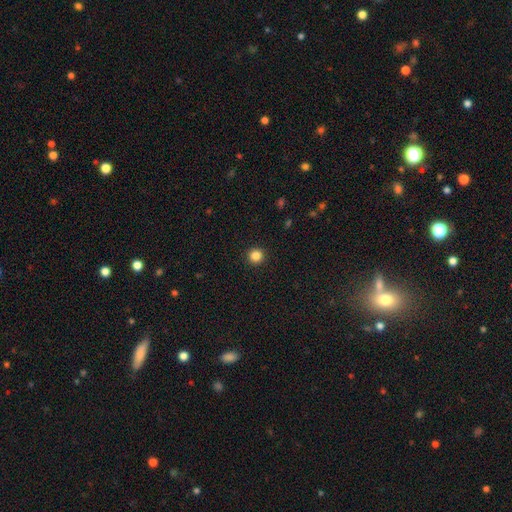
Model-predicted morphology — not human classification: Smooth or featured?
  - smooth: 85% *
  - star or artifact: 11%
  - featured or disk: 3%
How rounded?
  - round: 95% *
  - in between: 4%
  - cigar-shaped: 1%
Merging?
  - none: 93% *
  - minor disturbance: 4%
  - major disturbance: 2%
  - merger: 1%